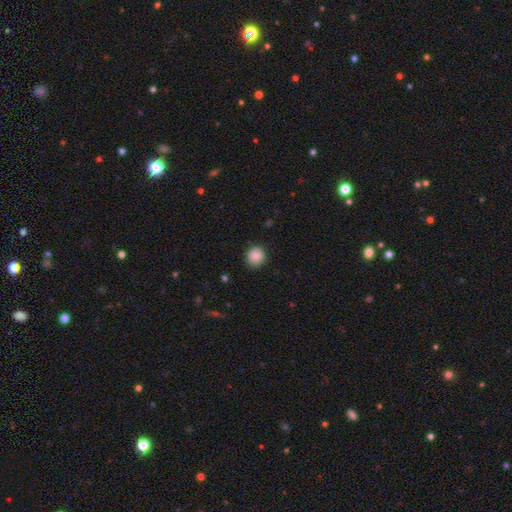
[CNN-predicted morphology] Q: Smooth or featured?
A: smooth (87%); runner-up: star or artifact (9%)
Q: How rounded?
A: round (84%); runner-up: in between (15%)
Q: Merging?
A: none (87%); runner-up: minor disturbance (9%)